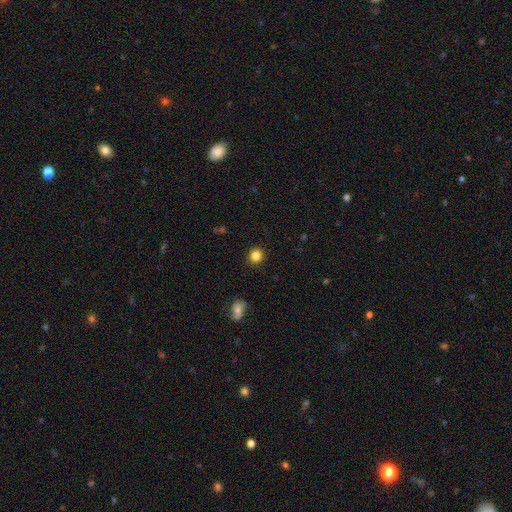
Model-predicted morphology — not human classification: smooth 84%, star or artifact 11%, featured or disk 5%. Down the decision tree: how rounded — round (85%); merging — none (90%).